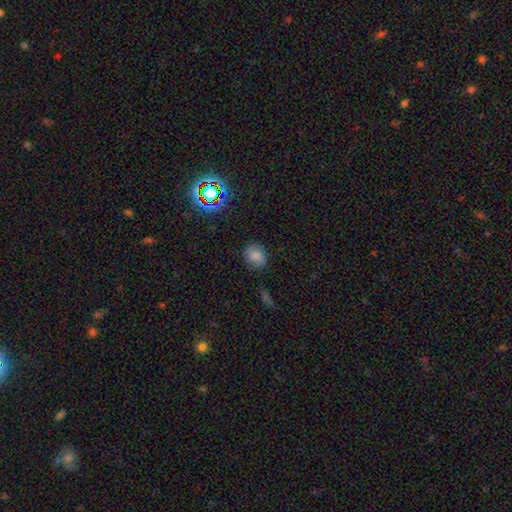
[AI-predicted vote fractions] Smooth or featured? Predicted: smooth (p=0.80). How rounded? Predicted: round (p=0.65). Merging? Predicted: none (p=0.82).